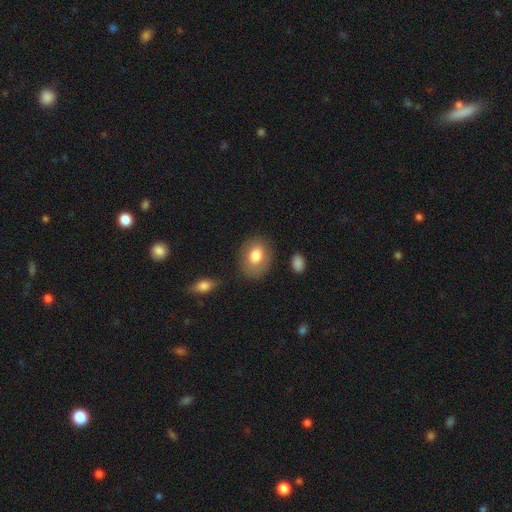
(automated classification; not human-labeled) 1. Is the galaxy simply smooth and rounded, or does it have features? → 77% smooth, 16% featured or disk, 7% star or artifact.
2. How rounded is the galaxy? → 62% in between, 37% round, 1% cigar-shaped.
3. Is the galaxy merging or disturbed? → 78% none, 14% minor disturbance, 5% major disturbance, 3% merger.